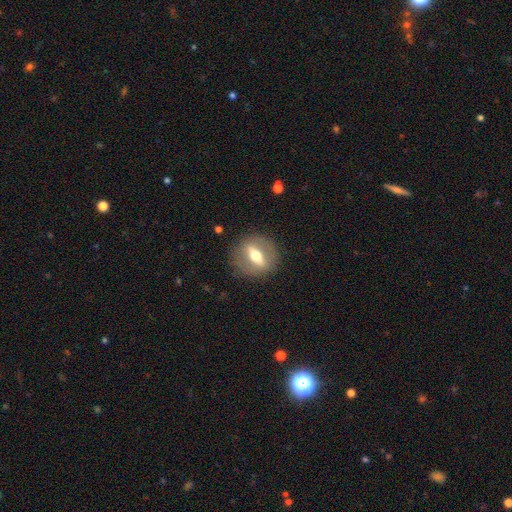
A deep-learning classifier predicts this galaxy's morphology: Q: Smooth or featured?
A: featured or disk (62%); runner-up: smooth (31%)
Q: Edge-on disk?
A: no (56%); runner-up: yes (44%)
Q: Merging?
A: none (86%); runner-up: minor disturbance (9%)